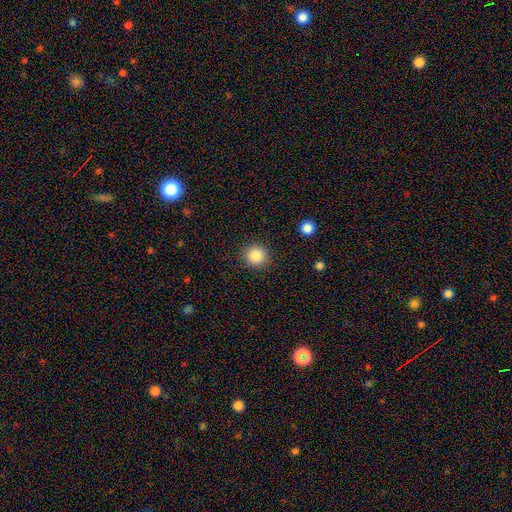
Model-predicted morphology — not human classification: Smooth or featured? Predicted: smooth (p=0.86). How rounded? Predicted: round (p=0.91). Merging? Predicted: none (p=0.90).